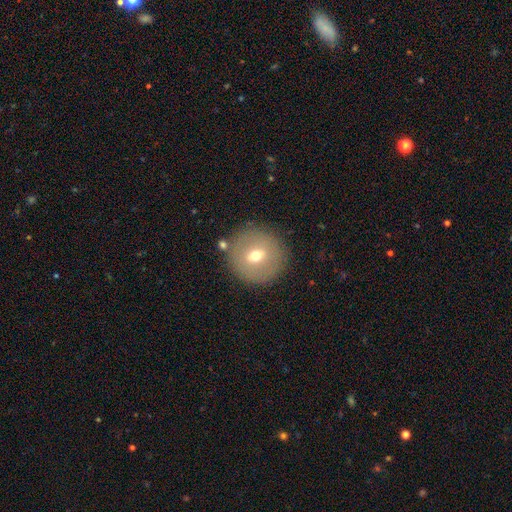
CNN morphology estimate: This is possibly a smooth galaxy (59%). How rounded: clearly round (94%). Merging: clearly none (85%).